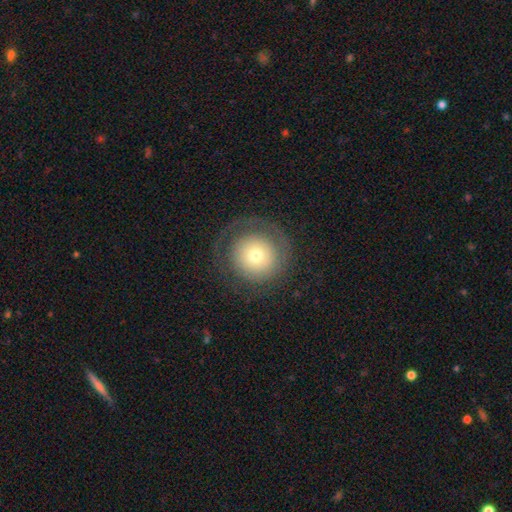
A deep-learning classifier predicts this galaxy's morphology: Smooth or featured? smooth (50%)
How rounded? round (93%)
Merging? none (73%)